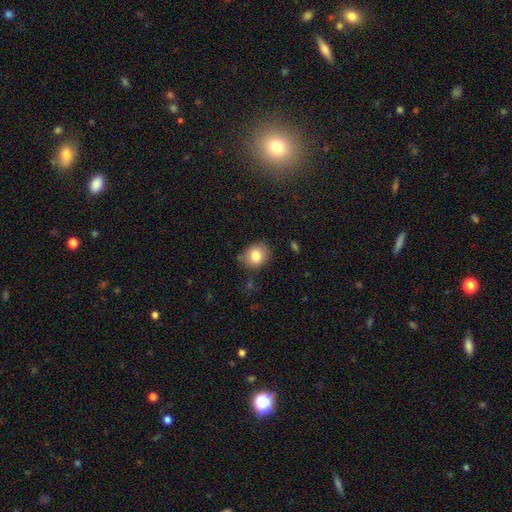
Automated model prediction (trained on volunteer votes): Morphology: type=smooth (82%); roundness=round (63%); merging=none (72%).